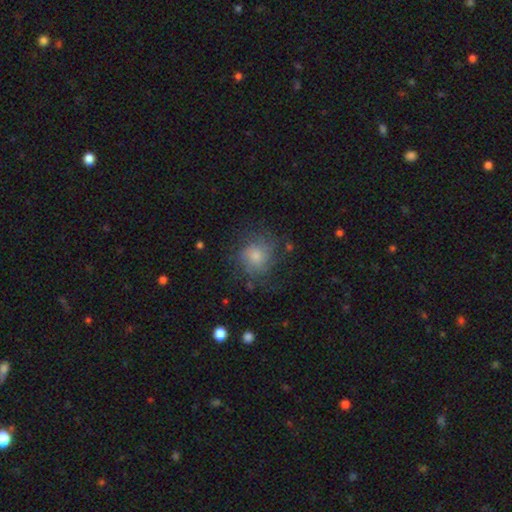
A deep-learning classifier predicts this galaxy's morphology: This is possibly a smooth galaxy (51%). How rounded: clearly round (83%). Merging: likely none (68%).